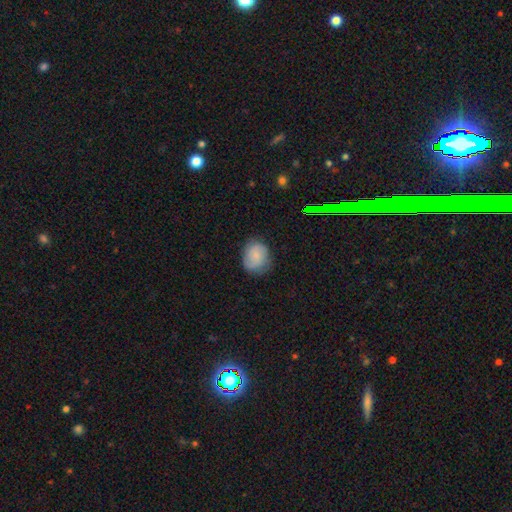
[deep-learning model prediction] Overall: smooth (70%). How rounded: round (57%; in between 42%). Merging: none (70%).